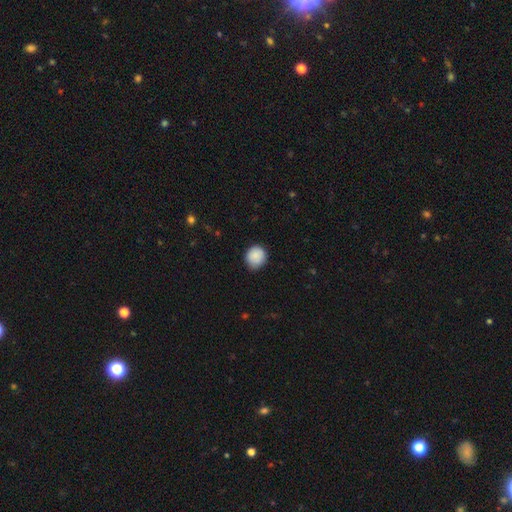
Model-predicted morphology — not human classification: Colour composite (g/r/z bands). It shows a smooth galaxy with no disk features (88%) that is round (85%). Merging: none (82%).